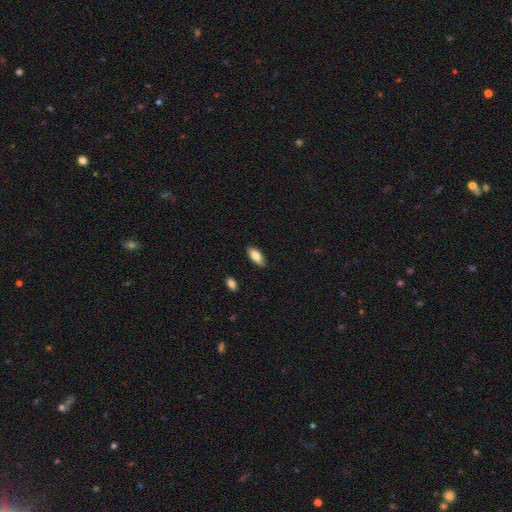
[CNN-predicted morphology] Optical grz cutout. It shows a smooth galaxy with no disk features (83%) that is in between round and cigar-shaped (83%). Merging: none (87%).